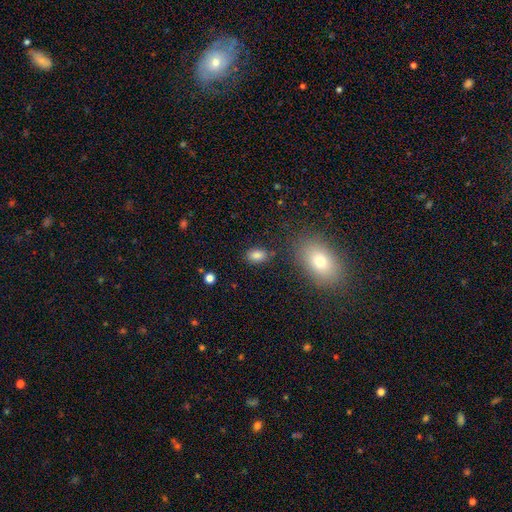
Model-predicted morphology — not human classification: A smooth galaxy with no disk features (84%) that is in between round and cigar-shaped (83%). Merging: none (80%).